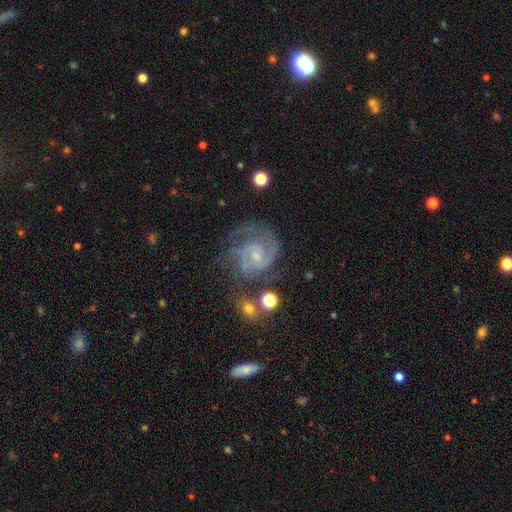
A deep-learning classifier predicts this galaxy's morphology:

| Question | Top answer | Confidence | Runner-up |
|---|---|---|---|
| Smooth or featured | featured or disk | 84% | smooth (9%) |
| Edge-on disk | no | 98% | yes (2%) |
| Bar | no | 58% | weak (36%) |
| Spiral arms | yes | 95% | no (5%) |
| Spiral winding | tight | 50% | medium (40%) |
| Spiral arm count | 2 | 37% | can't tell (23%) |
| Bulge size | small | 70% | moderate (21%) |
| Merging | none | 55% | minor disturbance (20%) |